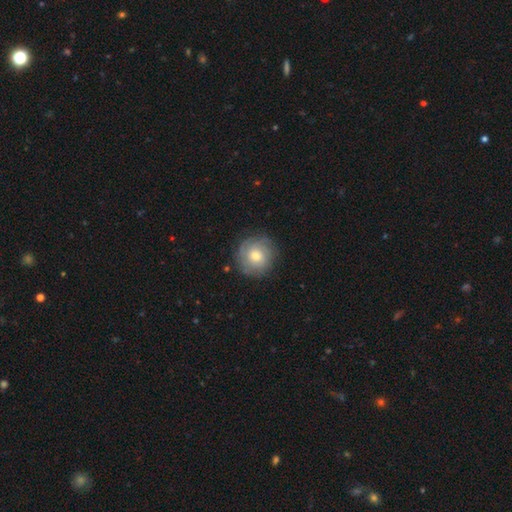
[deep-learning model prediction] Smooth or featured? smooth (48%)
Merging? none (83%)